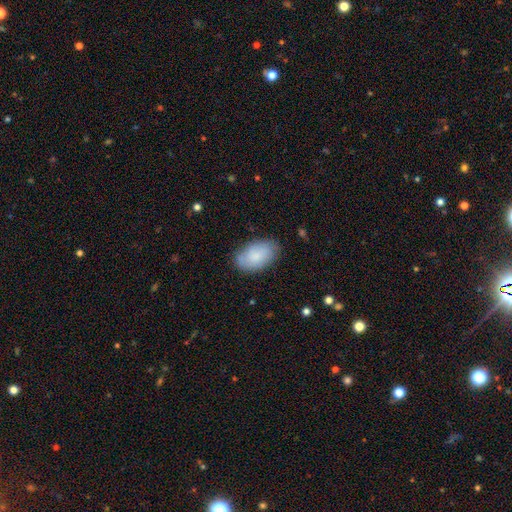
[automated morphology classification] Smooth or featured? Predicted: smooth (p=0.79). How rounded? Predicted: in between (p=0.94). Merging? Predicted: none (p=0.78).